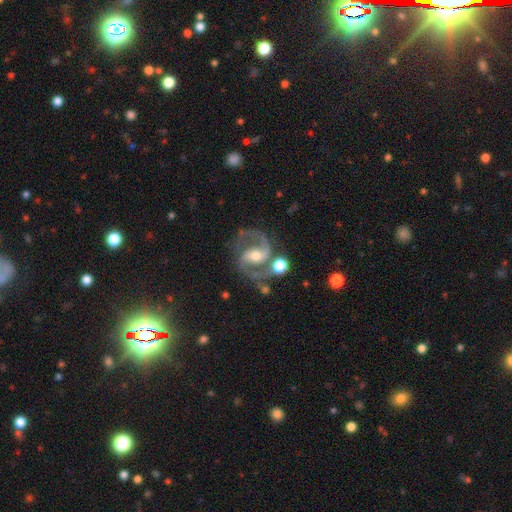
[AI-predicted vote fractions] Smooth or featured: featured or disk — 91% (star or artifact — 6%)
Edge-on disk: no — 98% (yes — 2%)
Bar: weak — 40% (strong — 38%)
Spiral arms: yes — 98% (no — 2%)
Spiral winding: medium — 66% (loose — 17%)
Spiral arm count: 2 — 93% (can't tell — 2%)
Bulge size: moderate — 60% (small — 34%)
Merging: none — 72% (minor disturbance — 14%)